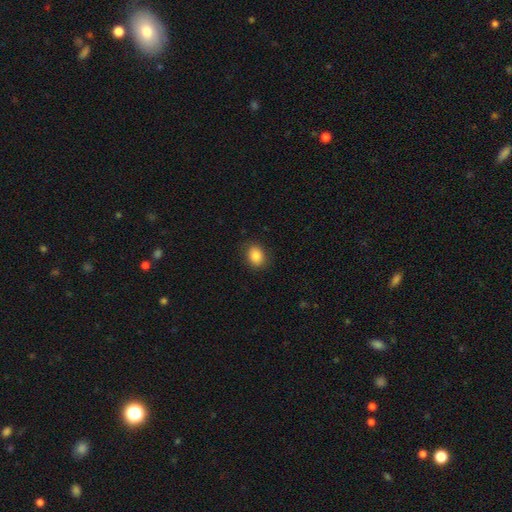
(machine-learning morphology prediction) This appears to be a smooth galaxy with no disk features (85%) that is in between round and cigar-shaped (58%). Merging: none (85%).